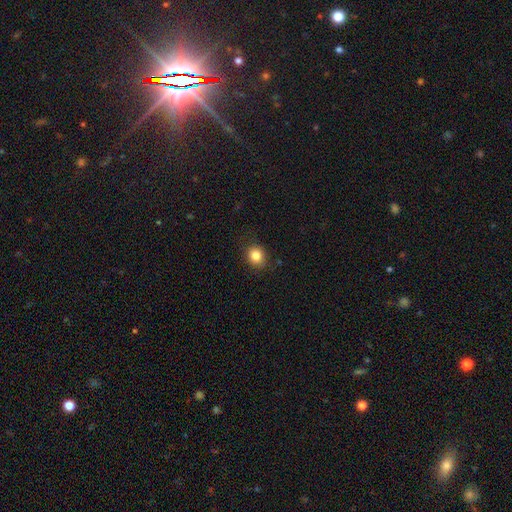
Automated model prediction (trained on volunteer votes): This appears to be a smooth galaxy with no disk features (83%) that is round (75%). Merging: none (86%).